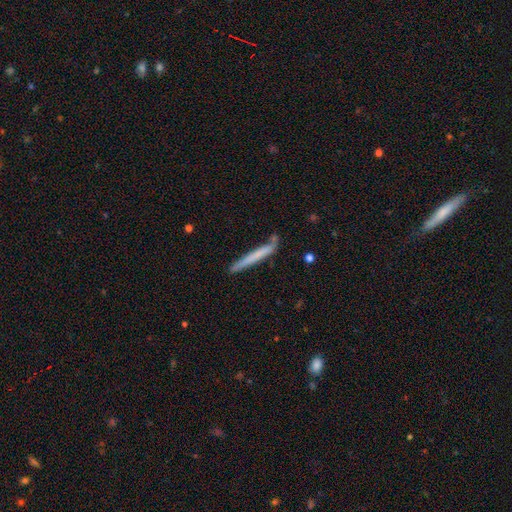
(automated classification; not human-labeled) Overall: smooth (62%; featured or disk 33%). How rounded: cigar-shaped (97%). Merging: none (80%).